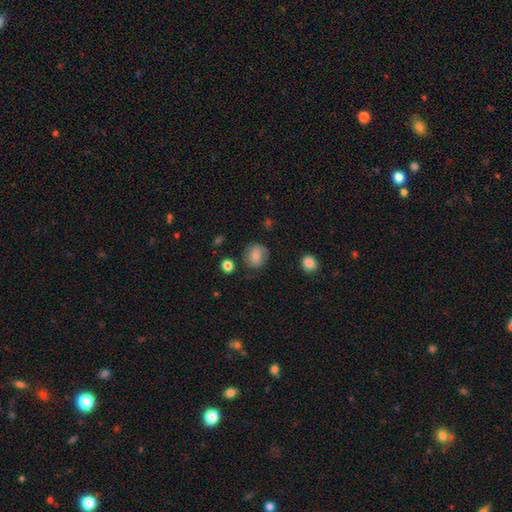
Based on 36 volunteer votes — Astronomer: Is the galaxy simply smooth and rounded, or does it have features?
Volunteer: smooth — 86%.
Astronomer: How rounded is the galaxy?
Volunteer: round — 81%.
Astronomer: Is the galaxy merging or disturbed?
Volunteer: none — 71%.